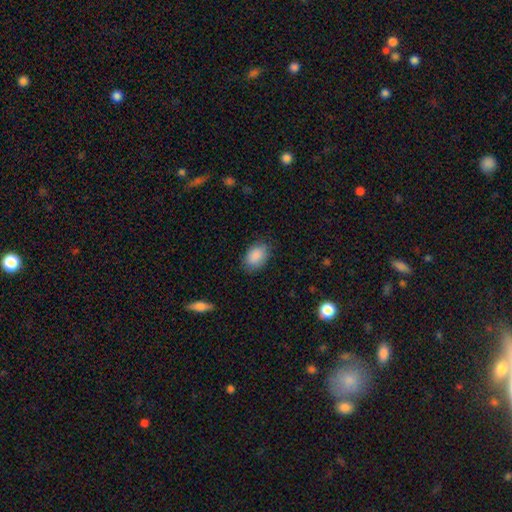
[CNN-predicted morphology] smooth 89%, star or artifact 7%, featured or disk 4%. Down the decision tree: how rounded — in between (85%); merging — none (80%).